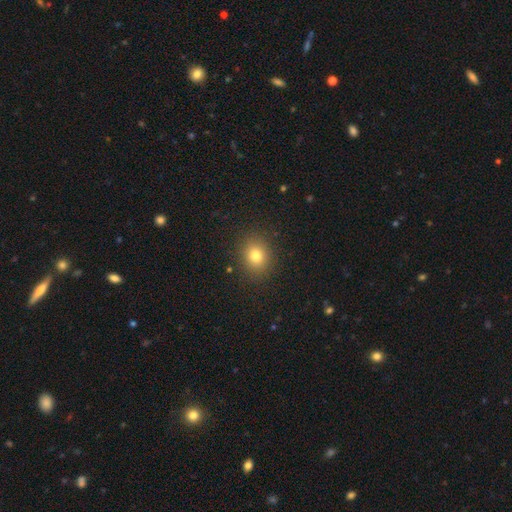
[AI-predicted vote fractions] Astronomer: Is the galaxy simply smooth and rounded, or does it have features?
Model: smooth — 80%.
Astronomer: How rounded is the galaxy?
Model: round — 64%.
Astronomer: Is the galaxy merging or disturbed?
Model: none — 88%.